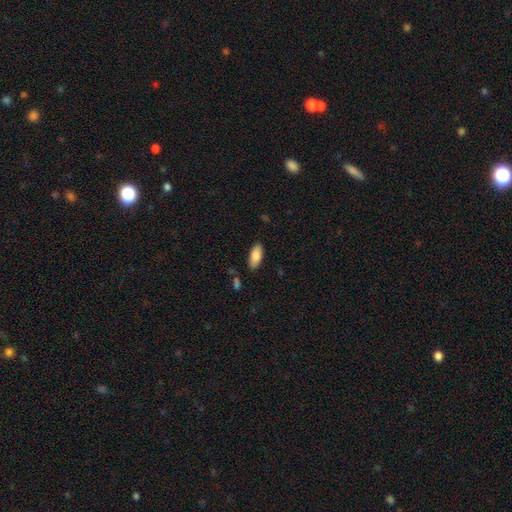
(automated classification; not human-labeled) smooth_or_featured: smooth (p=0.85) [alt: featured or disk p=0.09]
how_rounded: in between (p=0.87) [alt: cigar-shaped p=0.11]
merging: none (p=0.85) [alt: minor disturbance p=0.11]